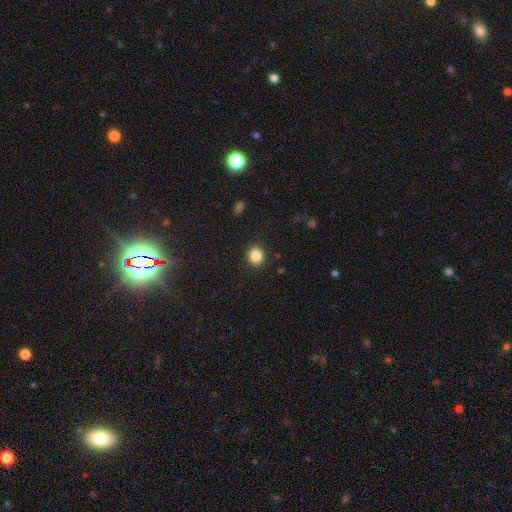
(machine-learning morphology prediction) smooth-or-featured: smooth: 85% | star or artifact: 10% | featured or disk: 4%
  how-rounded: round: 83% | in between: 16% | cigar-shaped: 1%
  merging: none: 90% | minor disturbance: 6% | major disturbance: 2% | merger: 1%